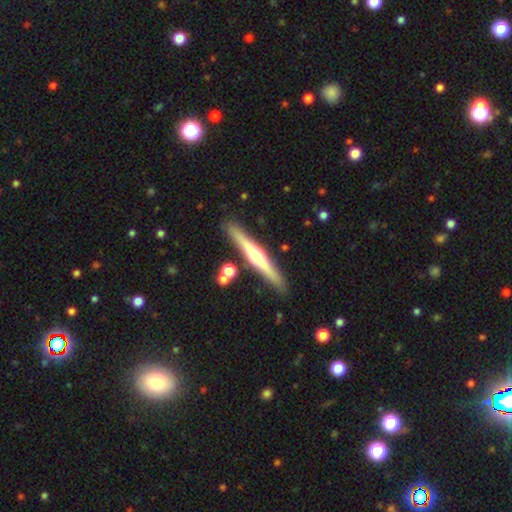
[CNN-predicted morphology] featured or disk 68%, smooth 26%, star or artifact 6%. Down the decision tree: edge-on disk — yes (97%); edge-on bulge — rounded (91%); merging — none (87%).